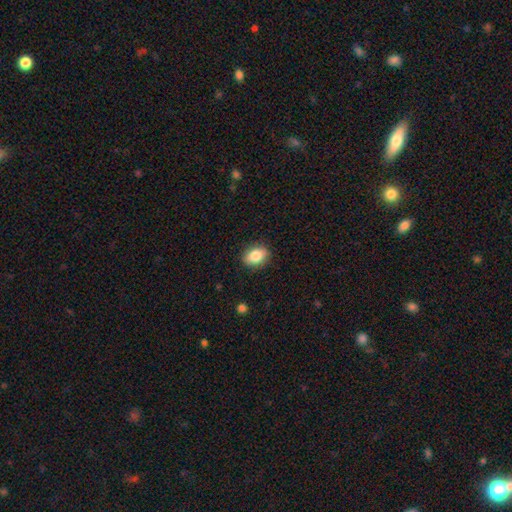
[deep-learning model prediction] smooth_or_featured: smooth (p=0.83) [alt: featured or disk p=0.09]
how_rounded: in between (p=0.71) [alt: round p=0.28]
merging: none (p=0.87) [alt: minor disturbance p=0.10]